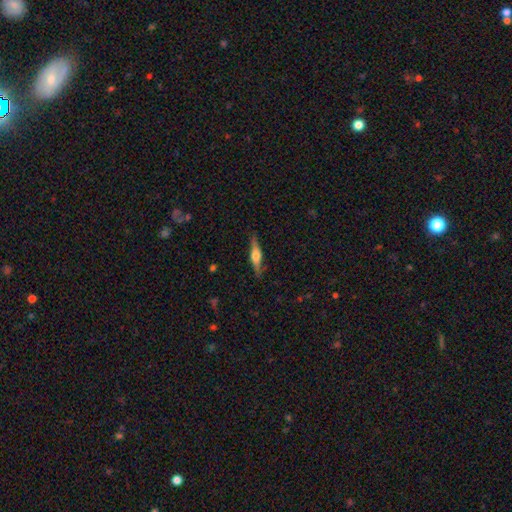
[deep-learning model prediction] Q: Smooth or featured?
A: featured or disk (61%); runner-up: smooth (33%)
Q: Edge-on disk?
A: yes (96%); runner-up: no (4%)
Q: Edge-on bulge?
A: rounded (85%); runner-up: boxy (11%)
Q: Merging?
A: none (86%); runner-up: minor disturbance (10%)